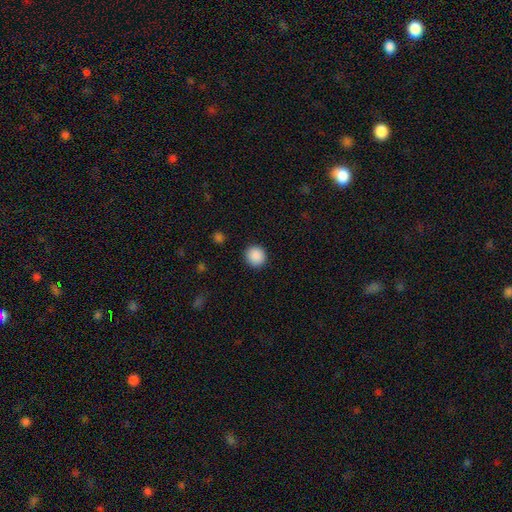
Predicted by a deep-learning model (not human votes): smooth-or-featured: smooth: 89% | star or artifact: 9% | featured or disk: 2%
  how-rounded: round: 92% | in between: 7% | cigar-shaped: 1%
  merging: none: 92% | minor disturbance: 5% | major disturbance: 2% | merger: 1%